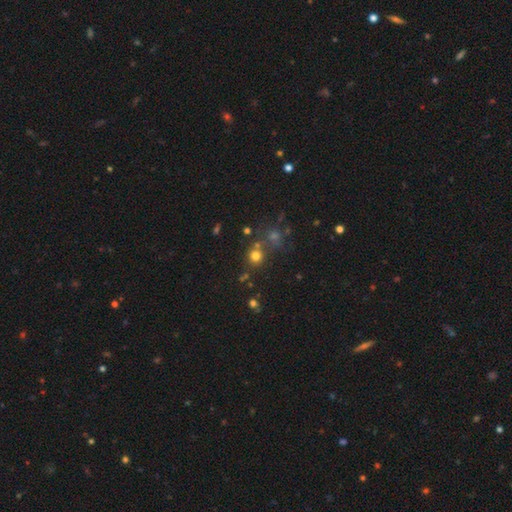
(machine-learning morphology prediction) Overall: smooth (71%). How rounded: round (88%). Merging: none (68%).